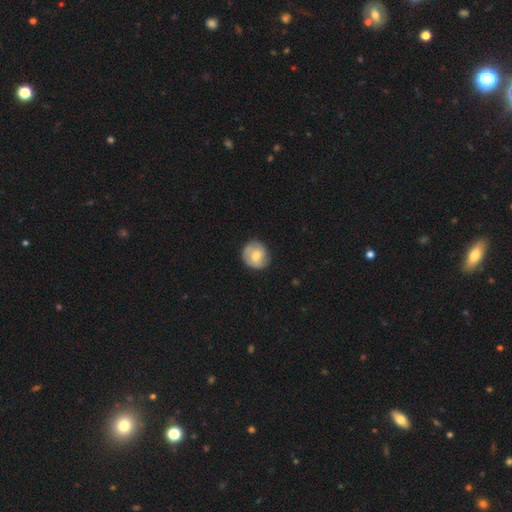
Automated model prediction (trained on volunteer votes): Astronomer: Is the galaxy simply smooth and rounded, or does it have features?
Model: smooth — 58% (runner-up: featured or disk, 36%).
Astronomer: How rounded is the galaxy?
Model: round — 87%.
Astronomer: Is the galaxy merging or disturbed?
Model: none — 81%.